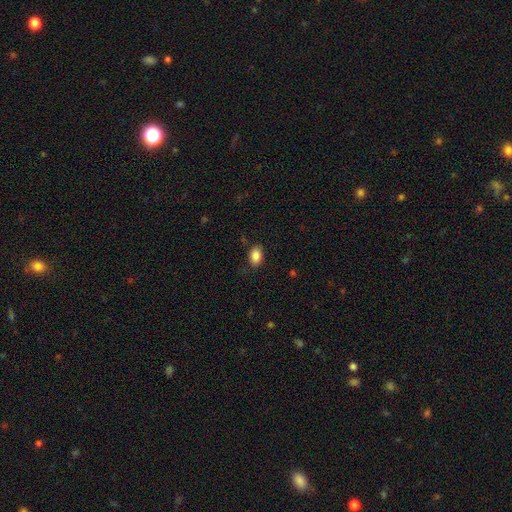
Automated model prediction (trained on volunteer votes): Smooth or featured? Predicted: smooth (p=0.87). How rounded? Predicted: in between (p=0.87). Merging? Predicted: none (p=0.84).